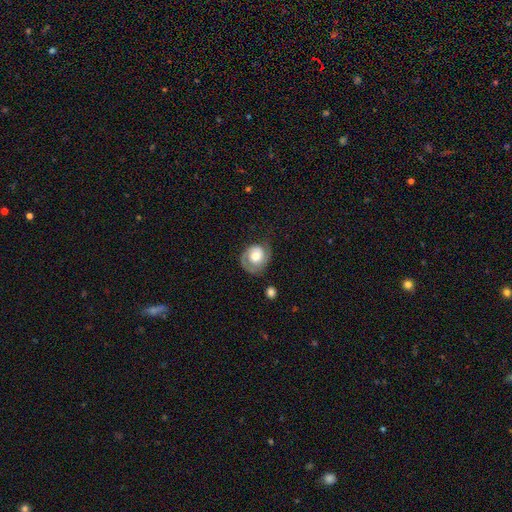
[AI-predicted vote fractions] Q: Smooth or featured?
A: featured or disk (68%); runner-up: smooth (26%)
Q: Edge-on disk?
A: no (97%); runner-up: yes (3%)
Q: Bar?
A: no (76%); runner-up: weak (20%)
Q: Spiral arms?
A: yes (87%); runner-up: no (13%)
Q: Spiral winding?
A: tight (57%); runner-up: medium (31%)
Q: Spiral arm count?
A: 1 (48%); runner-up: 2 (39%)
Q: Bulge size?
A: moderate (52%); runner-up: large (33%)
Q: Merging?
A: none (58%); runner-up: minor disturbance (23%)